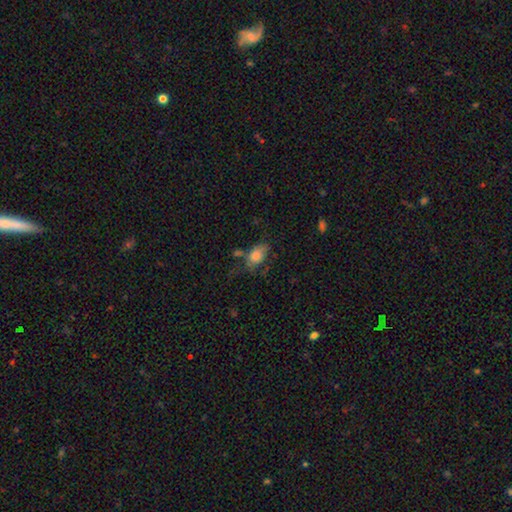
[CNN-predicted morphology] This appears to be a smooth galaxy with no disk features (76%) that is in between round and cigar-shaped (82%). Merging: none (37%).